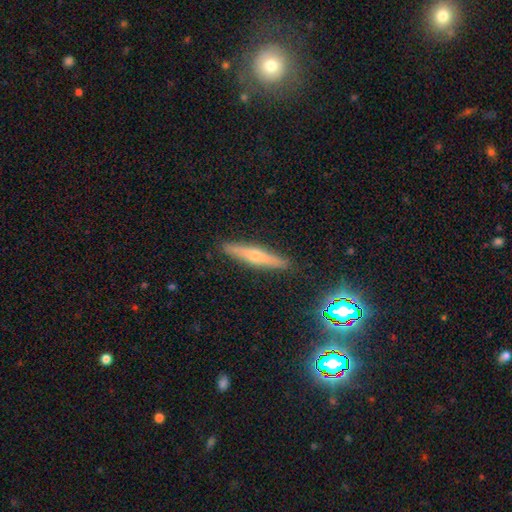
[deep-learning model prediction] A featured or disk galaxy (50%). Merging: none (91%).